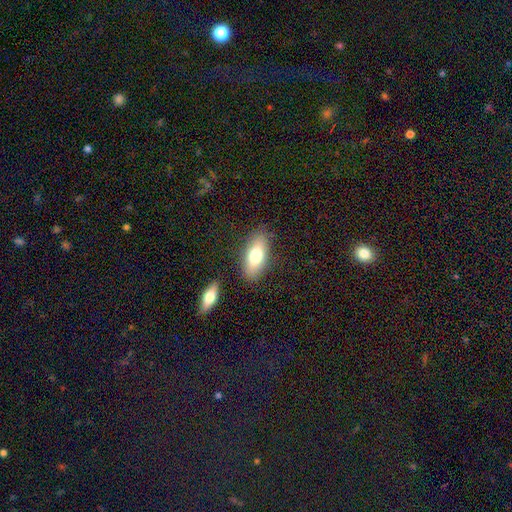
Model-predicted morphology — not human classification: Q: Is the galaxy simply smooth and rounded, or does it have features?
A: smooth — 72%.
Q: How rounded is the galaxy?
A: in between — 83%.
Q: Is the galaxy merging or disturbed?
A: none — 82%.